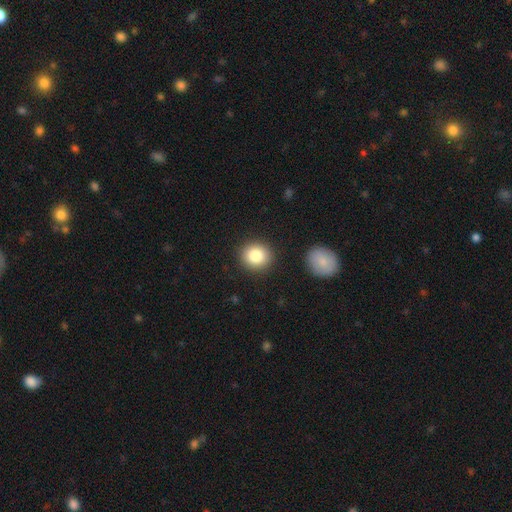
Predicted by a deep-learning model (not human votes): smooth-or-featured: smooth: 83% | star or artifact: 10% | featured or disk: 7%
  how-rounded: round: 84% | in between: 15% | cigar-shaped: 1%
  merging: none: 89% | minor disturbance: 6% | major disturbance: 2% | merger: 2%